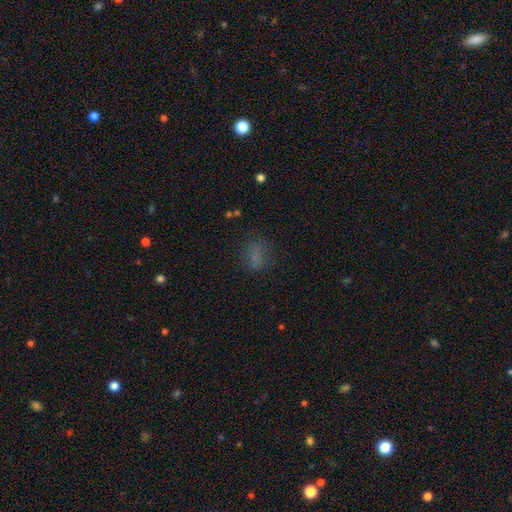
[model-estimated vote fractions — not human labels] This is likely a smooth galaxy (65%). How rounded: likely in between (60%). Merging: likely none (67%).